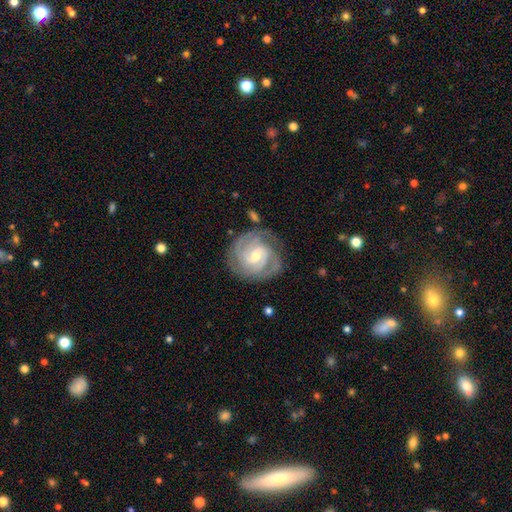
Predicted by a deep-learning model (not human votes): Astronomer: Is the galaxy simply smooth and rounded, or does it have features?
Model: featured or disk — 89%.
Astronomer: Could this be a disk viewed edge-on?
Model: no — 98%.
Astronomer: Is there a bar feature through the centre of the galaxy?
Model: weak — 50% (runner-up: no, 37%).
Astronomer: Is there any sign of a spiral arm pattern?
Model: yes — 98%.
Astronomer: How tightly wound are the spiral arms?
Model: tight — 69%.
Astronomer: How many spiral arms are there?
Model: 3 — 37% (runner-up: 2, 30%).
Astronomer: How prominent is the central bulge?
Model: moderate — 53% (runner-up: small, 44%).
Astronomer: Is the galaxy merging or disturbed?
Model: none — 79%.